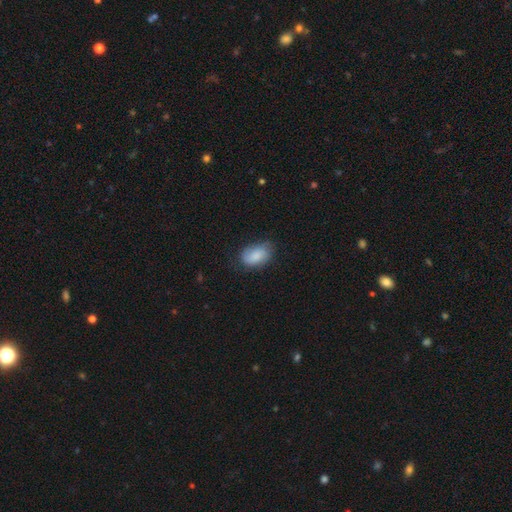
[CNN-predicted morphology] smooth-or-featured: smooth: 79% | featured or disk: 14% | star or artifact: 7%
  how-rounded: in between: 89% | round: 9% | cigar-shaped: 2%
  merging: none: 64% | minor disturbance: 27% | major disturbance: 7% | merger: 1%